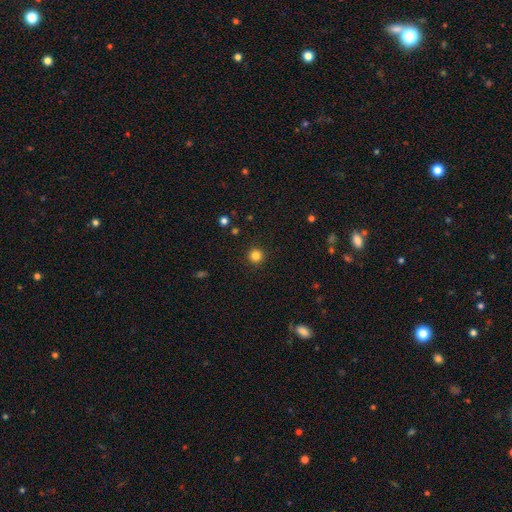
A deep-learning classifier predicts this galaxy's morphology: Q: Smooth or featured?
A: smooth (83%); runner-up: star or artifact (13%)
Q: How rounded?
A: round (95%); runner-up: in between (4%)
Q: Merging?
A: none (92%); runner-up: minor disturbance (5%)